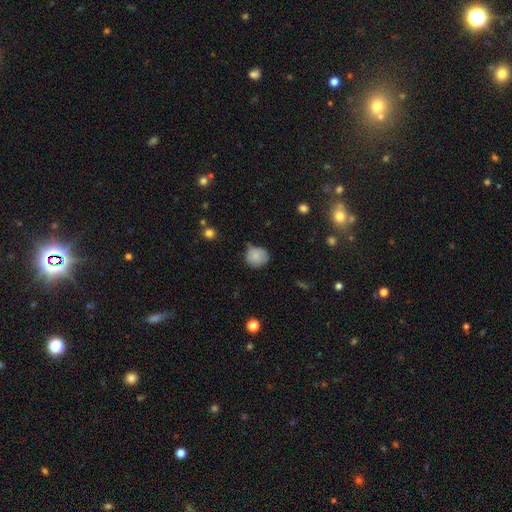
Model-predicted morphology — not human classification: smooth 81%, featured or disk 10%, star or artifact 9%. Down the decision tree: how rounded — round (85%); merging — none (57%).